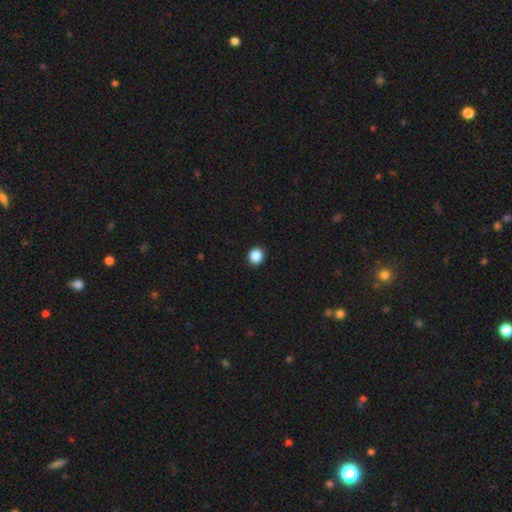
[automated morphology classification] Smooth or featured? Predicted: smooth (p=0.87). How rounded? Predicted: round (p=0.91). Merging? Predicted: none (p=0.93).